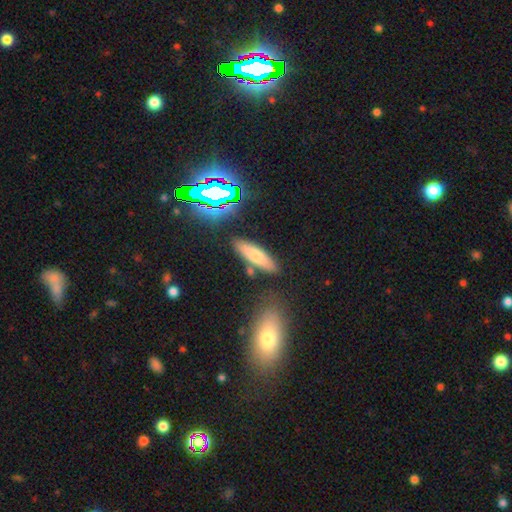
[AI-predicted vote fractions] smooth_or_featured: smooth (p=0.71) [alt: featured or disk p=0.19]
how_rounded: cigar-shaped (p=0.58) [alt: in between p=0.39]
merging: none (p=0.79) [alt: minor disturbance p=0.11]